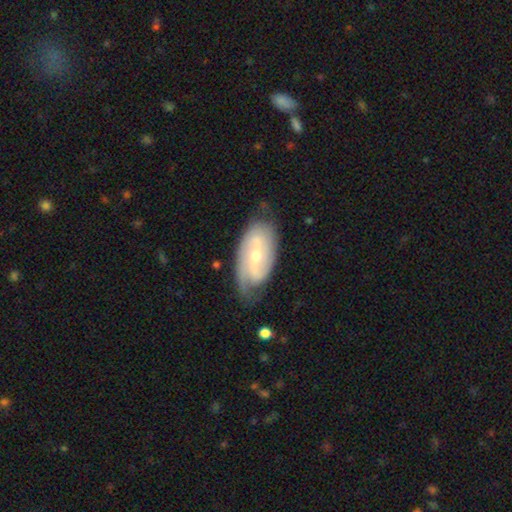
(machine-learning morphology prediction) type=featured or disk (79%); edge-on=no (94%); bar=weak (46%); spiral arms=yes (93%); winding=tight (41%); arm count=2 (64%); bulge=small (53%); merging=none (68%).